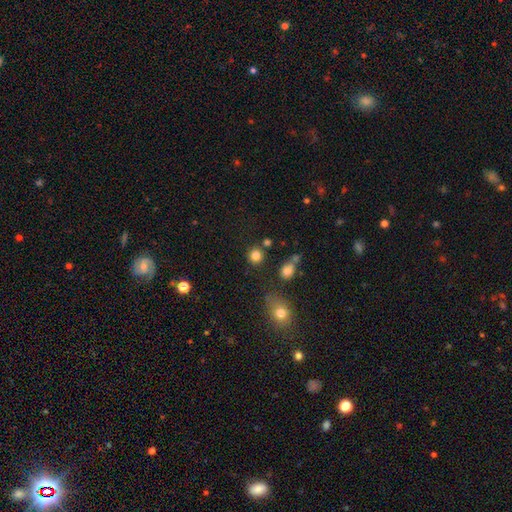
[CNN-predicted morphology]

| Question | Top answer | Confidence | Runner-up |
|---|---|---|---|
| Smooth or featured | smooth | 83% | star or artifact (12%) |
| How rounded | round | 90% | in between (9%) |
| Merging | none | 81% | minor disturbance (8%) |